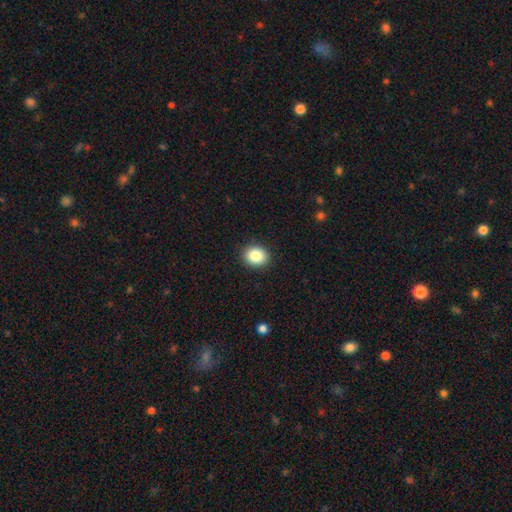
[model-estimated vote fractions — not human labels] This is clearly a smooth galaxy (86%). How rounded: possibly round (60%). Merging: clearly none (91%).